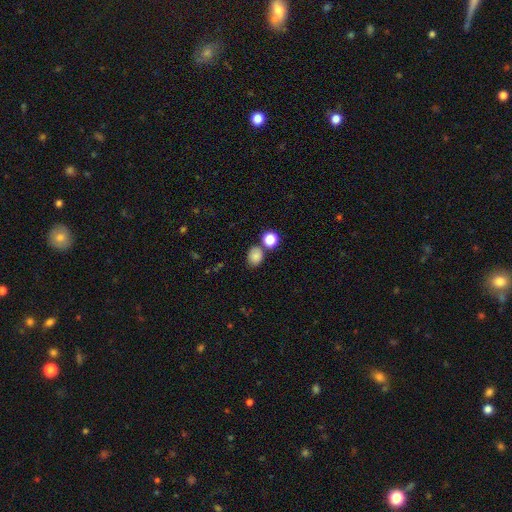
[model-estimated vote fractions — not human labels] A smooth galaxy with no disk features (82%) that is round (57%). Merging: none (66%).